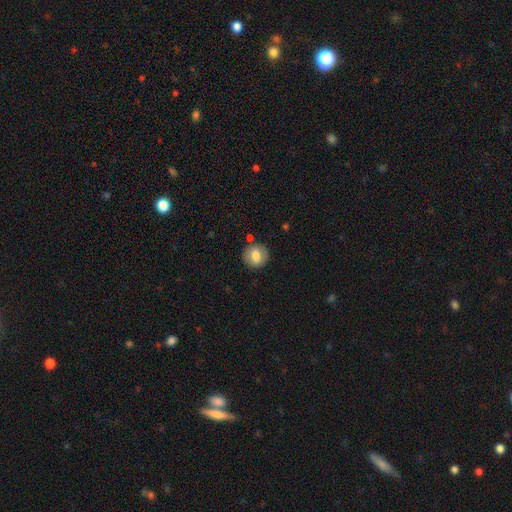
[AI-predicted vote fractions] smooth-or-featured: smooth: 73% | featured or disk: 19% | star or artifact: 8%
  how-rounded: round: 87% | in between: 12% | cigar-shaped: 1%
  merging: none: 83% | minor disturbance: 11% | merger: 4% | major disturbance: 3%